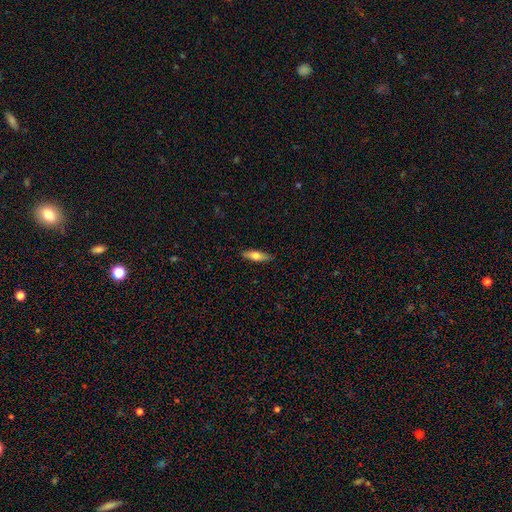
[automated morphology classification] Smooth or featured?
  - smooth: 64% *
  - featured or disk: 30%
  - star or artifact: 6%
How rounded?
  - cigar-shaped: 51% *
  - in between: 47%
  - round: 2%
Merging?
  - none: 86% *
  - minor disturbance: 11%
  - major disturbance: 2%
  - merger: 1%